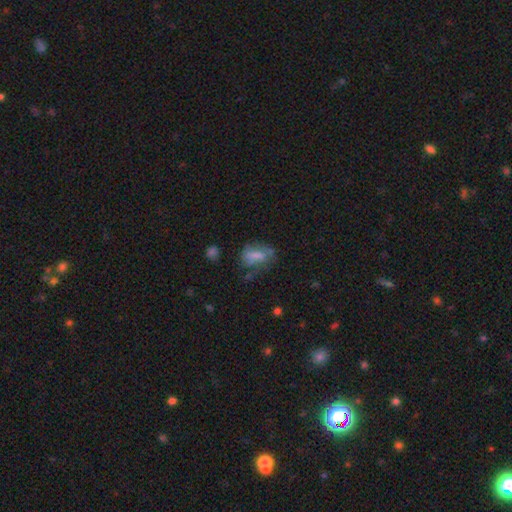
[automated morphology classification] Smooth or featured?
  - smooth: 54% *
  - featured or disk: 35%
  - star or artifact: 11%
How rounded?
  - in between: 79% *
  - round: 13%
  - cigar-shaped: 8%
Merging?
  - none: 41% *
  - minor disturbance: 27%
  - major disturbance: 26%
  - merger: 5%